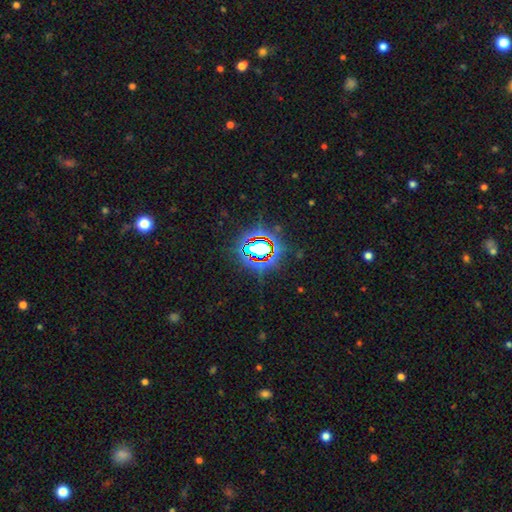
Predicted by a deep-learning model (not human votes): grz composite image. It shows a star or artifact, not a galaxy (76%).